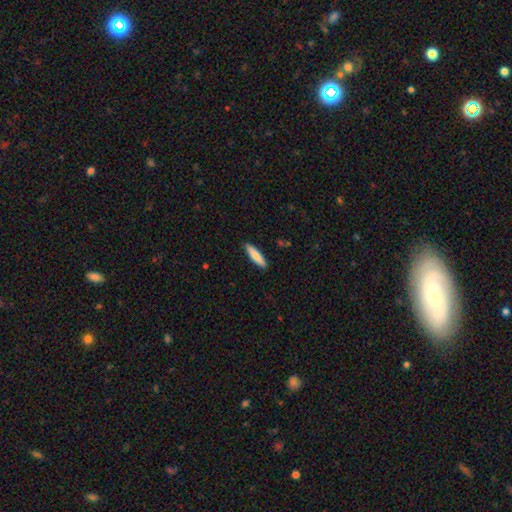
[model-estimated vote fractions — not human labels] A smooth galaxy with no disk features (80%) that is cigar-shaped (76%). Merging: none (90%).